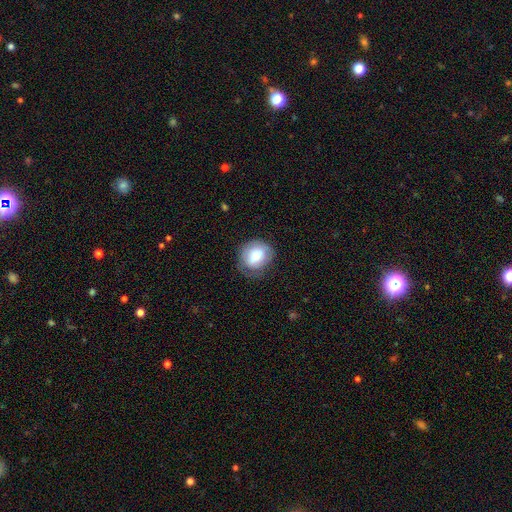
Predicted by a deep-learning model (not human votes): A smooth galaxy with no disk features (73%) that is round (66%). Merging: none (59%).